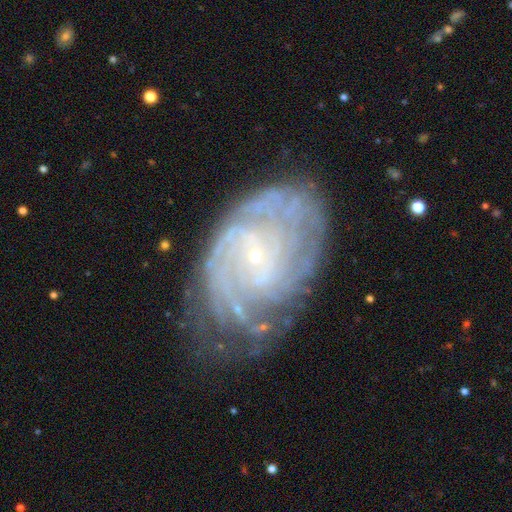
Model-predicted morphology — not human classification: smooth_or_featured: featured or disk (p=0.86) [alt: smooth p=0.08]
disk_edge_on: no (p=0.96) [alt: yes p=0.04]
bar: no (p=0.70) [alt: weak p=0.24]
has_spiral_arms: yes (p=0.94) [alt: no p=0.06]
spiral_winding: tight (p=0.72) [alt: medium p=0.22]
spiral_arm_count: can't tell (p=0.37) [alt: 4 p=0.18]
bulge_size: small (p=0.89) [alt: moderate p=0.07]
merging: none (p=0.64) [alt: minor disturbance p=0.23]